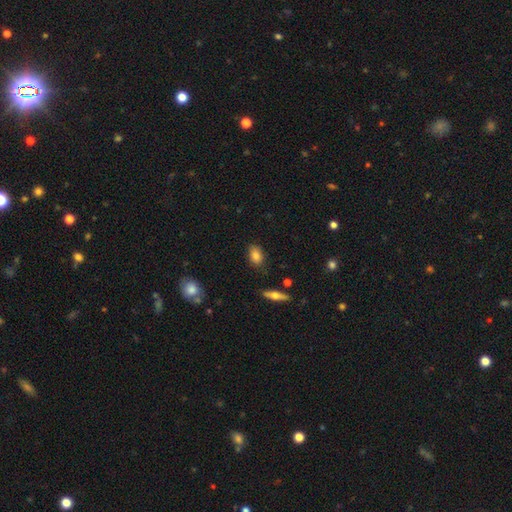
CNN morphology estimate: The model was most divided on "how rounded": in between: 81%, round: 16%, cigar-shaped: 3%. More confident: merging — none (84%); smooth or featured — smooth (81%).